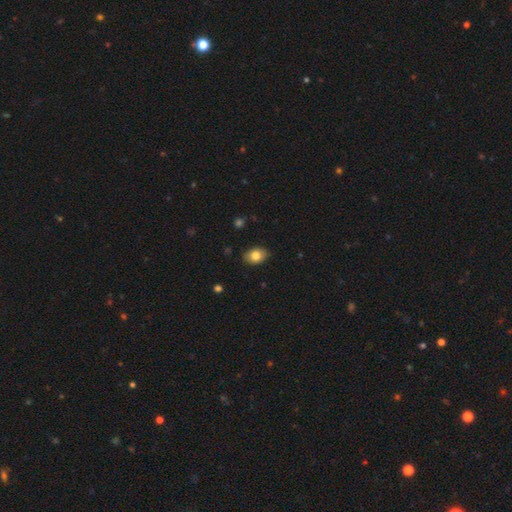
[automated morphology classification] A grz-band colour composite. It shows a smooth galaxy with no disk features (81%) that is in between round and cigar-shaped (82%). Merging: none (86%).